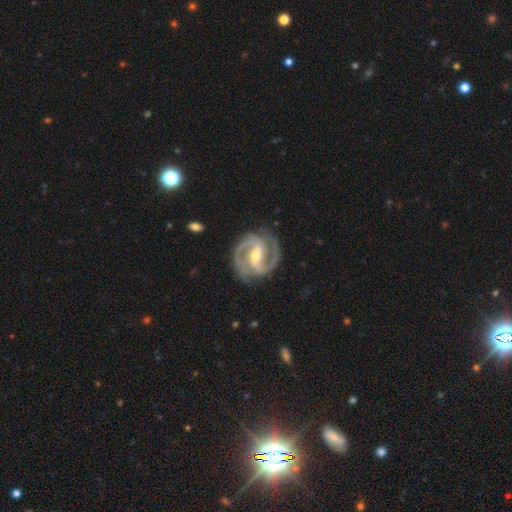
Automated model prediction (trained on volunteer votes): Overall: featured or disk (93%). Edge-on disk: no (98%). Bar: strong (59%; weak 30%). Spiral arms: yes (98%). Spiral arm count: 2 (91%). Spiral winding: medium (53%; tight 39%). Bulge size: moderate (49%; small 48%). Merging: none (83%).